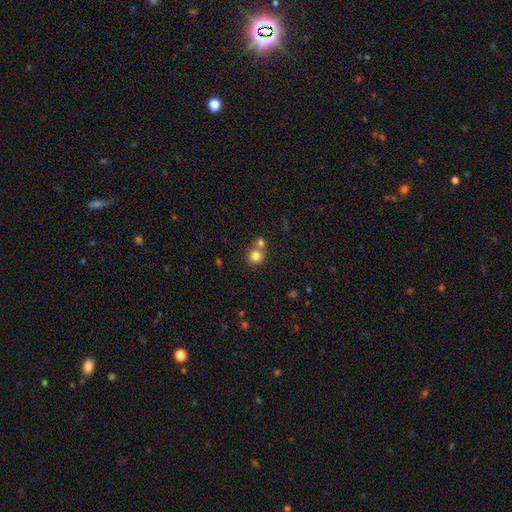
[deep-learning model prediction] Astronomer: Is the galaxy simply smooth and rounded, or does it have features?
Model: smooth — 81%.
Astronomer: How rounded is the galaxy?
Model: round — 89%.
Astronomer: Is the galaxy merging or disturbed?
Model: none — 51% (runner-up: merger, 40%).